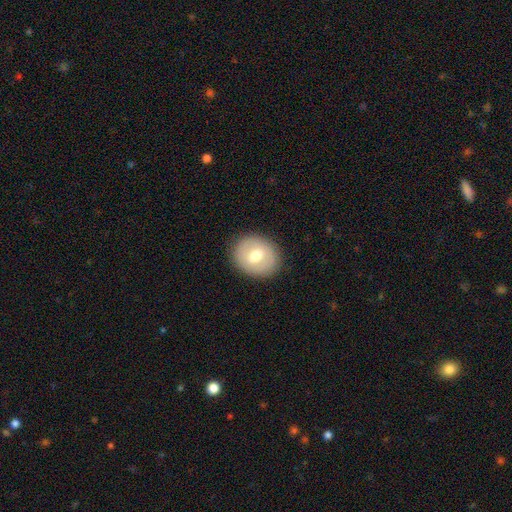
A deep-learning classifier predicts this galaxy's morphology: Smooth or featured?
  - smooth: 64% *
  - featured or disk: 28%
  - star or artifact: 7%
How rounded?
  - round: 62% *
  - in between: 37%
  - cigar-shaped: 1%
Merging?
  - none: 87% *
  - minor disturbance: 9%
  - major disturbance: 3%
  - merger: 1%